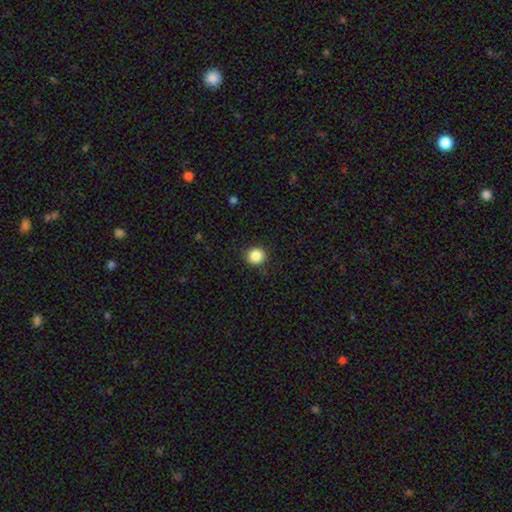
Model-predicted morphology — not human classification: A smooth galaxy with no disk features (87%) that is round (91%).

Vote fractions:
- Smooth or featured? smooth: 87% / star or artifact: 10% / featured or disk: 3%
- How rounded? round: 91% / in between: 8% / cigar-shaped: 1%
- Merging? none: 90% / minor disturbance: 7% / major disturbance: 2% / merger: 1%